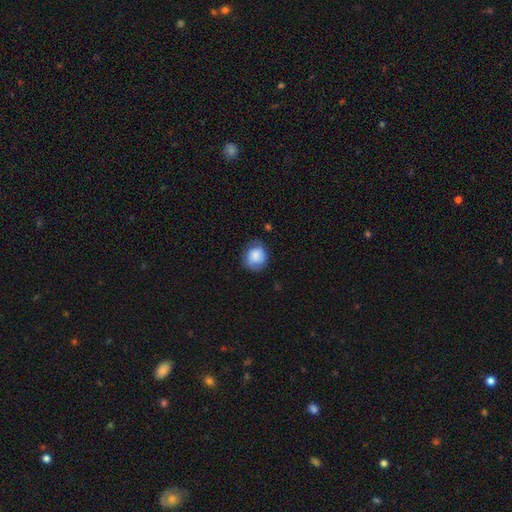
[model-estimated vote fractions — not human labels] Smooth or featured: smooth — 76% (featured or disk — 16%)
How rounded: round — 75% (in between — 24%)
Merging: none — 64% (minor disturbance — 26%)